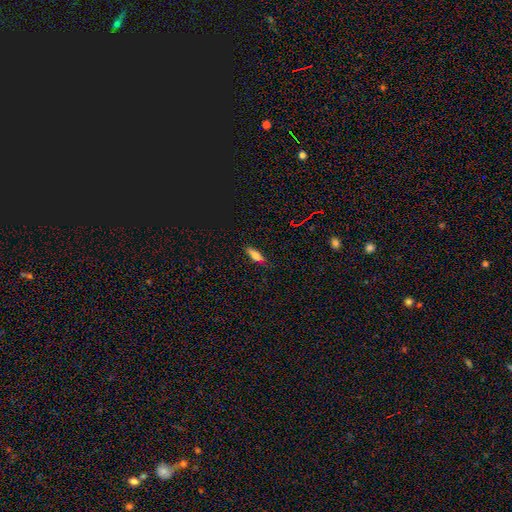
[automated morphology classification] Smooth or featured? Predicted: smooth (p=0.73). How rounded? Predicted: in between (p=0.52). Merging? Predicted: none (p=0.76).